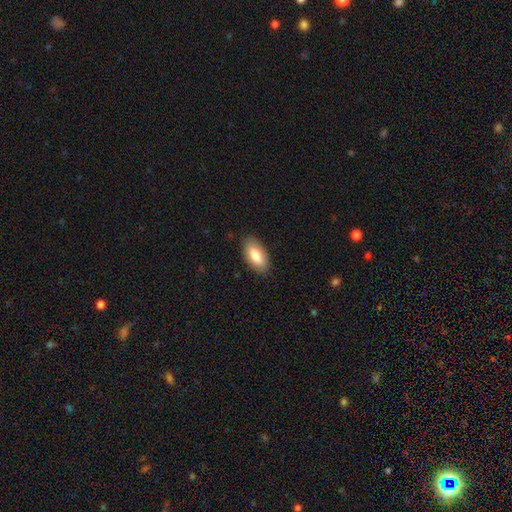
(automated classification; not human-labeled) Smooth or featured: smooth — 79% (featured or disk — 15%)
How rounded: in between — 90% (cigar-shaped — 7%)
Merging: none — 86% (minor disturbance — 10%)